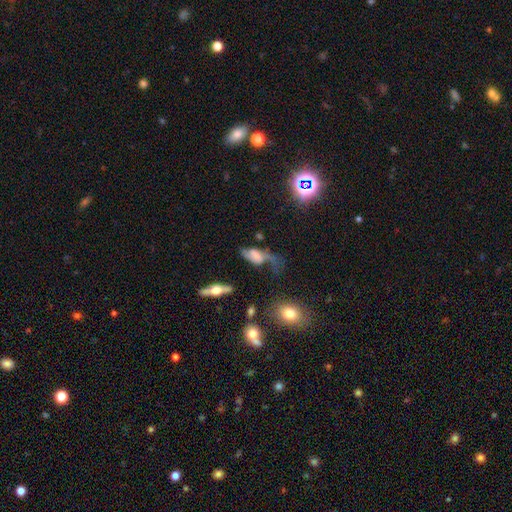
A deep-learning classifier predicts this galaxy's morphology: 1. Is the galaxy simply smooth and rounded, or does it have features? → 59% featured or disk, 31% smooth, 10% star or artifact.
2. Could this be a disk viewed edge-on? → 86% no, 14% yes.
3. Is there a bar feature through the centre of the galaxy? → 54% no, 31% weak, 15% strong.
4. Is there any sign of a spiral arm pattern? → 79% yes, 21% no.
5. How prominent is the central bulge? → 40% none, 20% small, 17% moderate, 17% large, 6% dominant.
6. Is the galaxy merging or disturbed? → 39% major disturbance, 29% none, 24% minor disturbance, 8% merger.